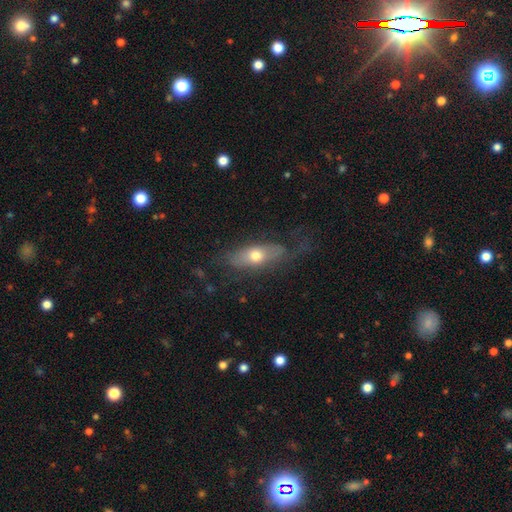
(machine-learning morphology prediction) Overall: smooth (53%; featured or disk 40%). How rounded: in between (61%; cigar-shaped 33%). Merging: none (58%; minor disturbance 23%).